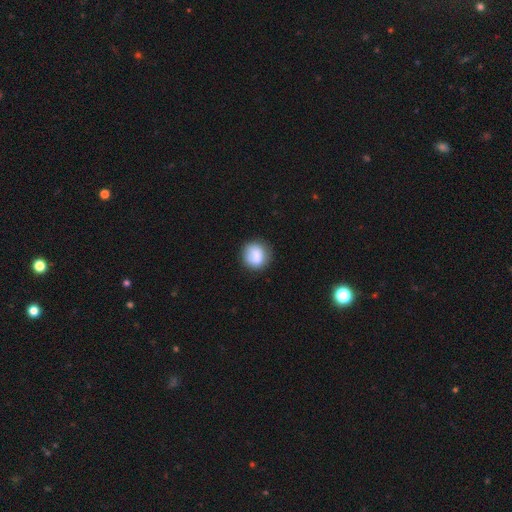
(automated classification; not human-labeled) Smooth or featured: smooth — 80% (featured or disk — 12%)
How rounded: round — 84% (in between — 15%)
Merging: none — 71% (minor disturbance — 19%)